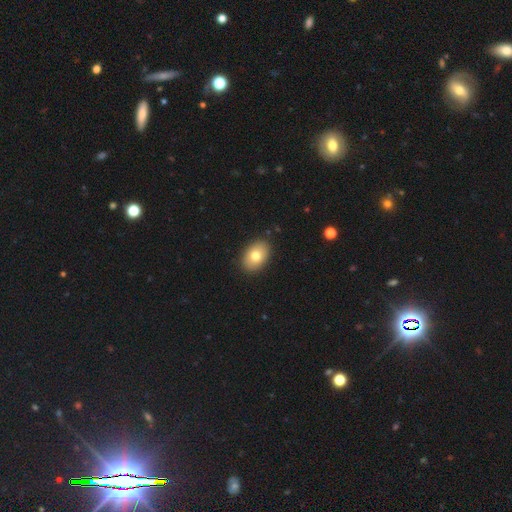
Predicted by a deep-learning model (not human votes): Smooth or featured?
  - smooth: 77% *
  - featured or disk: 15%
  - star or artifact: 8%
How rounded?
  - in between: 84% *
  - round: 15%
  - cigar-shaped: 1%
Merging?
  - none: 90% *
  - minor disturbance: 7%
  - major disturbance: 2%
  - merger: 1%